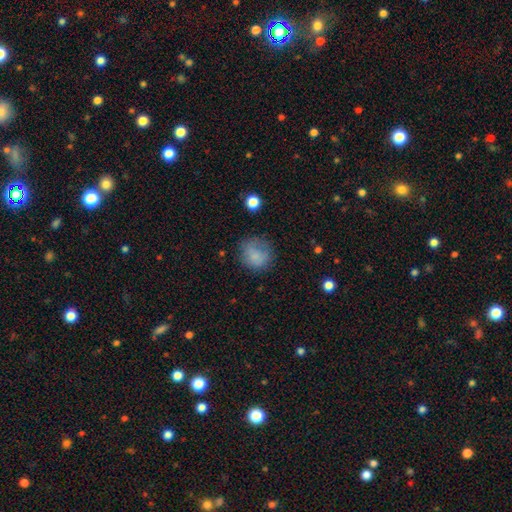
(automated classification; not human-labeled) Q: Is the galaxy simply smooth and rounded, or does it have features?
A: smooth — 78%.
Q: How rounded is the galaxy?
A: round — 79%.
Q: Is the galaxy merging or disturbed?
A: none — 65%.